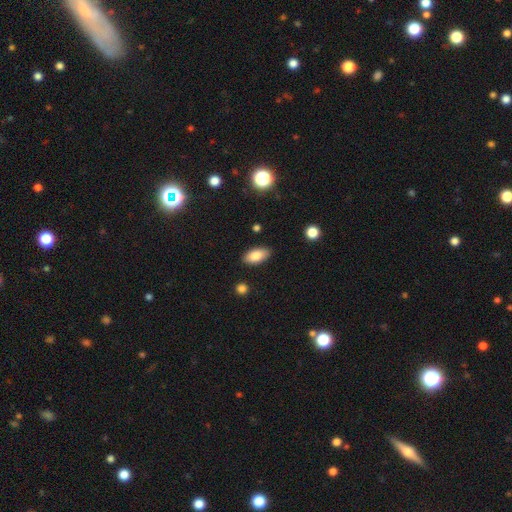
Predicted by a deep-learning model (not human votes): Smooth or featured? Predicted: smooth (p=0.83). How rounded? Predicted: in between (p=0.92). Merging? Predicted: none (p=0.86).